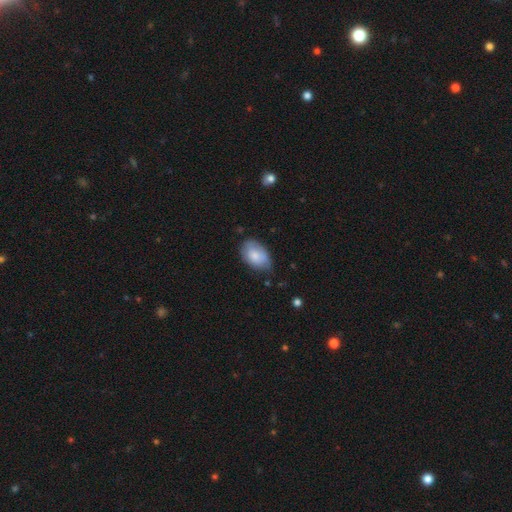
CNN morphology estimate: smooth 79%, featured or disk 14%, star or artifact 6%. Down the decision tree: how rounded — in between (90%); merging — none (61%).